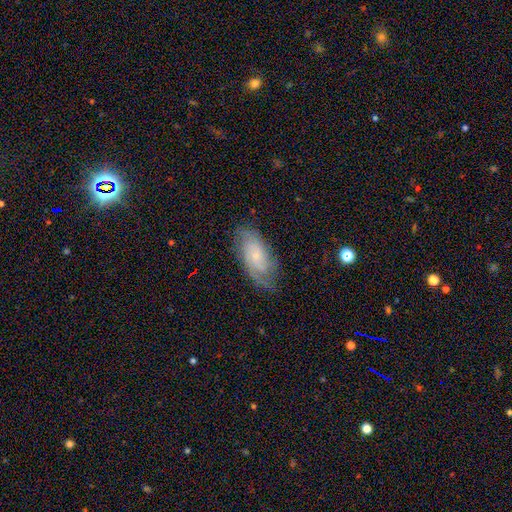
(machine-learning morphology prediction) Smooth or featured: featured or disk — 68% (smooth — 25%)
Edge-on disk: no — 93% (yes — 7%)
Bar: no — 69% (weak — 27%)
Spiral arms: yes — 92% (no — 8%)
Spiral winding: tight — 50% (medium — 37%)
Spiral arm count: 2 — 38% (can't tell — 35%)
Bulge size: small — 64% (moderate — 22%)
Merging: none — 71% (minor disturbance — 20%)